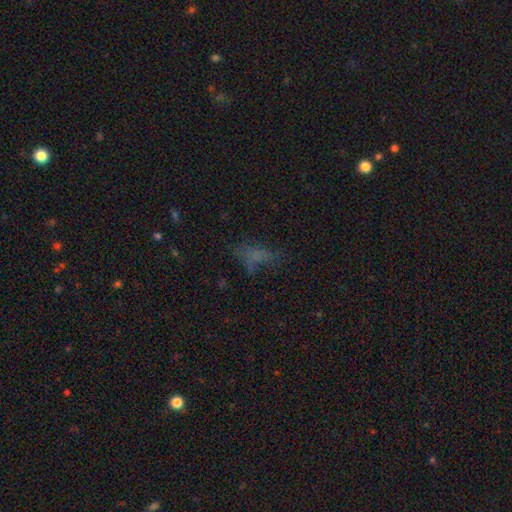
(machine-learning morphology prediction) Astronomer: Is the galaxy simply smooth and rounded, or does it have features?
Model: smooth — 49% (runner-up: star or artifact, 28%).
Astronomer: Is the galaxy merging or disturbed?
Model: none — 45% (runner-up: major disturbance, 28%).